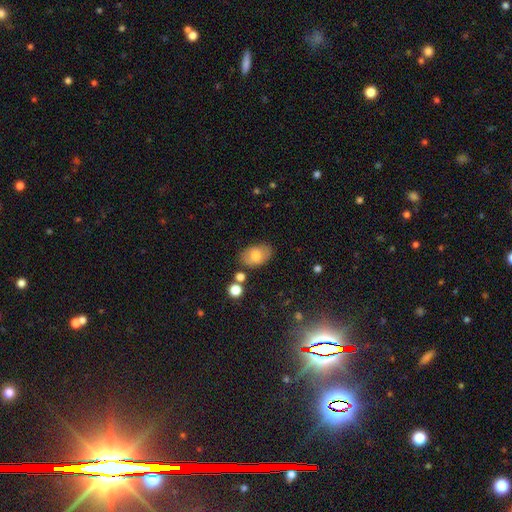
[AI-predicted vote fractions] Smooth or featured?
  - smooth: 77% *
  - featured or disk: 15%
  - star or artifact: 8%
How rounded?
  - in between: 88% *
  - round: 11%
  - cigar-shaped: 1%
Merging?
  - none: 77% *
  - minor disturbance: 14%
  - merger: 5%
  - major disturbance: 4%